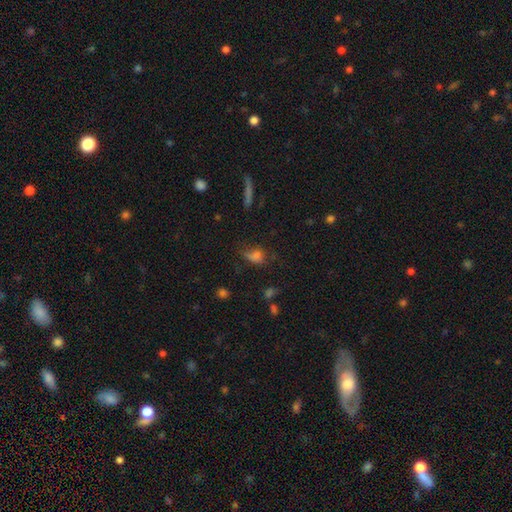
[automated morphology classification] Smooth or featured? smooth (70%)
How rounded? in between (62%)
Merging? none (41%)